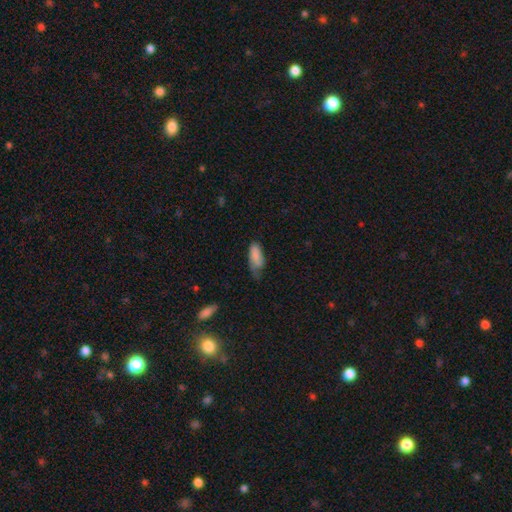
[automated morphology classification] The model was most divided on "merging": minor disturbance: 42%, none: 33%, major disturbance: 22%, merger: 2%. More confident: how rounded — in between (81%); smooth or featured — smooth (81%).